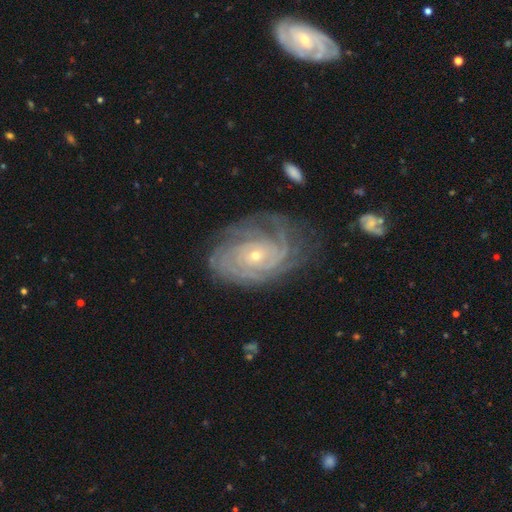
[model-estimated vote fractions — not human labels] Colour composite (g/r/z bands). It shows a featured or disk galaxy (89%) with no bar (77%), tight (80%) spiral arms (97%) and a small central bulge (75%). Merging: none (69%).